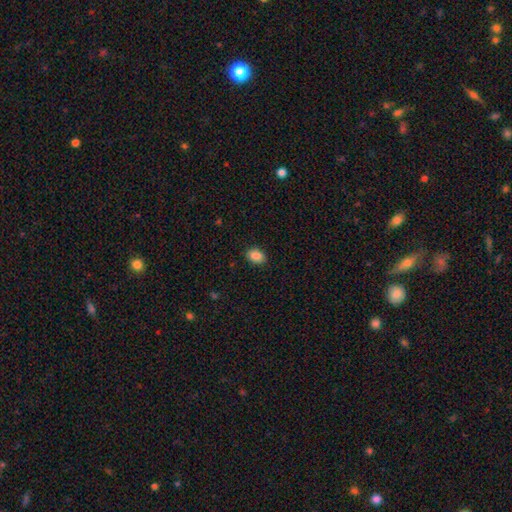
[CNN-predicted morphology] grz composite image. It shows a smooth galaxy with no disk features (88%) that is in between round and cigar-shaped (76%). Merging: none (88%).